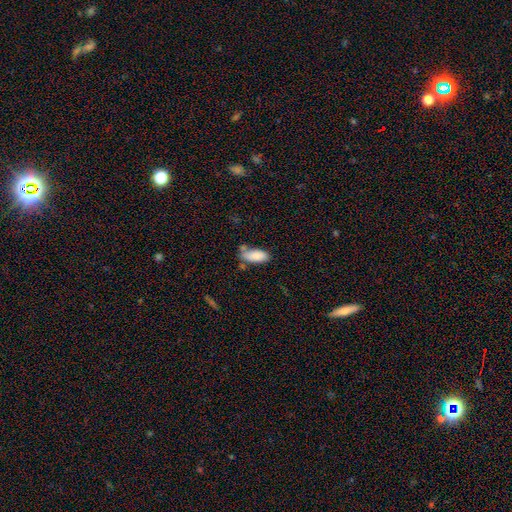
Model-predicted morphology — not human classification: Smooth or featured? smooth (85%)
How rounded? in between (84%)
Merging? none (55%)